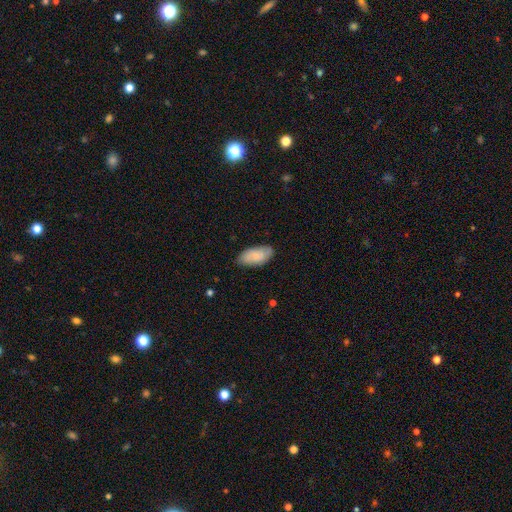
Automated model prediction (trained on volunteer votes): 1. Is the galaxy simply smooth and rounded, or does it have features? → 75% smooth, 19% featured or disk, 6% star or artifact.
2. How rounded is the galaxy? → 93% in between, 4% cigar-shaped, 2% round.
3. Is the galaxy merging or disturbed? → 76% none, 19% minor disturbance, 3% major disturbance, 1% merger.